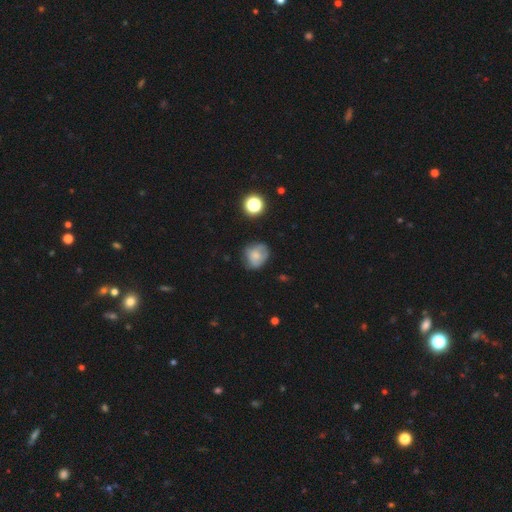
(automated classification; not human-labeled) A smooth galaxy with no disk features (70%) that is round (67%). Merging: none (61%).